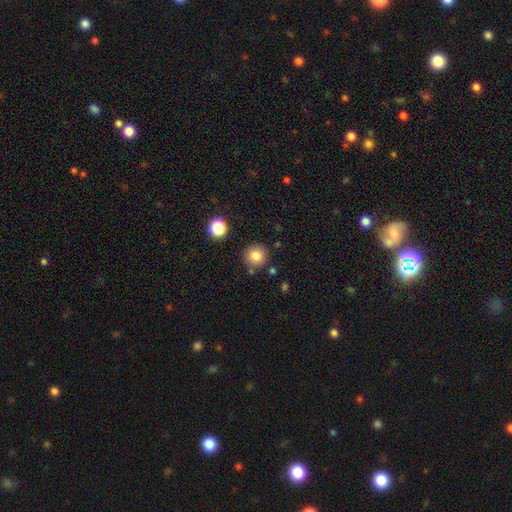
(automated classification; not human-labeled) Smooth or featured: smooth — 81% (star or artifact — 12%)
How rounded: round — 94% (in between — 5%)
Merging: none — 83% (minor disturbance — 9%)